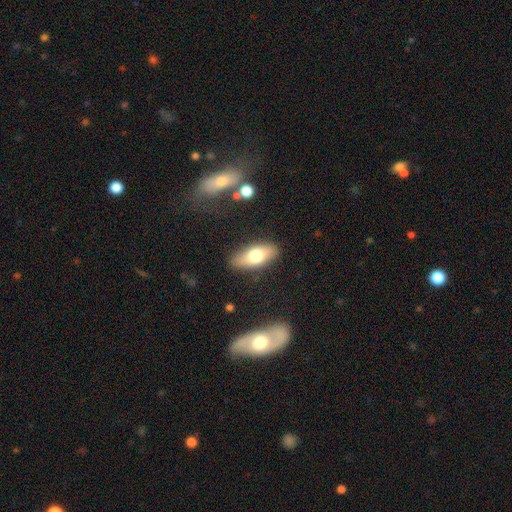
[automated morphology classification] type=smooth (70%); roundness=in between (82%); merging=none (86%).